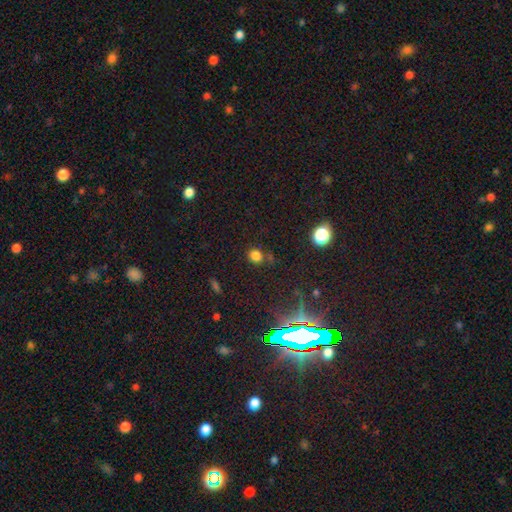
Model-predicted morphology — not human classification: A smooth galaxy with no disk features (75%) that is round (77%).

Vote fractions:
- Smooth or featured? smooth: 75% / star or artifact: 20% / featured or disk: 6%
- How rounded? round: 77% / in between: 21% / cigar-shaped: 1%
- Merging? none: 76% / minor disturbance: 13% / merger: 7% / major disturbance: 5%